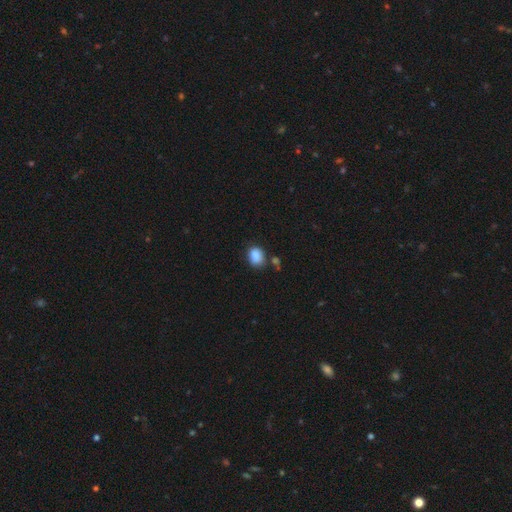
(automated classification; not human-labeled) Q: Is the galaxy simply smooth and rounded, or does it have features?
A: smooth — 87%.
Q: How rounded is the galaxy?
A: in between — 57%.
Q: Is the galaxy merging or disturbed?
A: none — 68%.